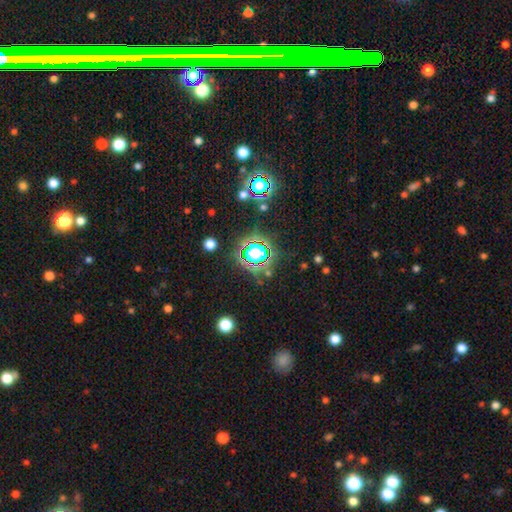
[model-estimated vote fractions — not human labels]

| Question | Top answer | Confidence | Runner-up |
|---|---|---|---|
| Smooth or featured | star or artifact | 60% | smooth (28%) |